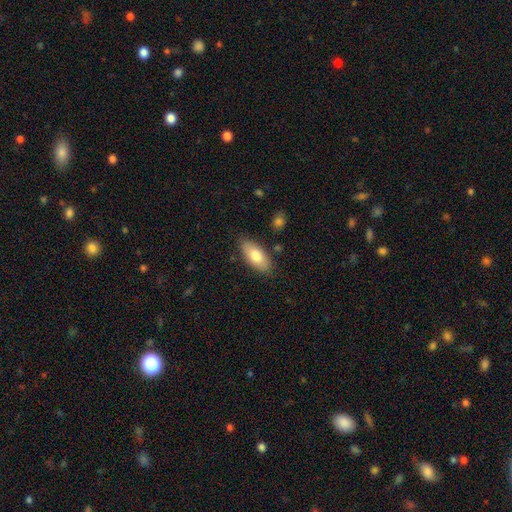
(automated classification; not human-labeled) Smooth or featured?
  - smooth: 78% *
  - featured or disk: 16%
  - star or artifact: 6%
How rounded?
  - in between: 86% *
  - cigar-shaped: 11%
  - round: 2%
Merging?
  - none: 83% *
  - minor disturbance: 12%
  - major disturbance: 2%
  - merger: 2%